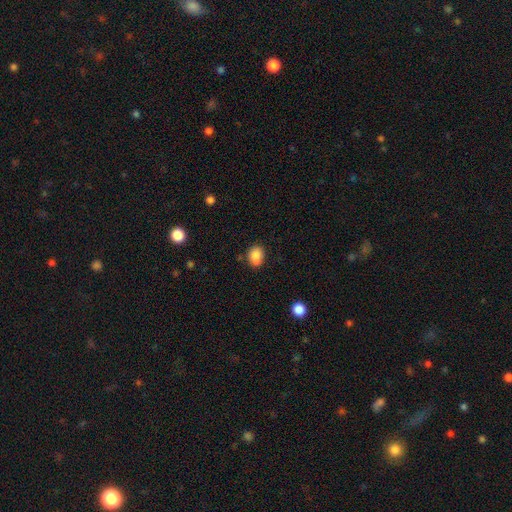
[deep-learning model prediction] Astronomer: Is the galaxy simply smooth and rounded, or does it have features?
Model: smooth — 86%.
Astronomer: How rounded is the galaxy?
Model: in between — 62% (runner-up: round, 37%).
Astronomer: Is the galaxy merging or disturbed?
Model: none — 71%.